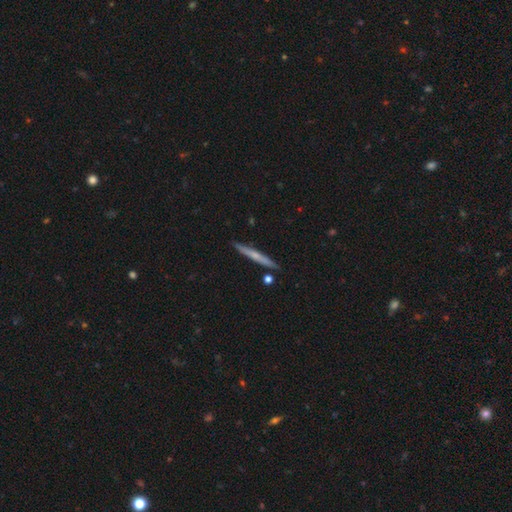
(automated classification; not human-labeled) Smooth or featured? featured or disk (49%)
Merging? none (88%)